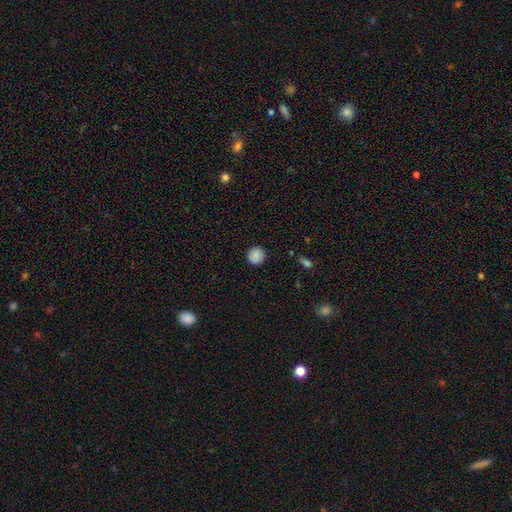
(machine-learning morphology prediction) A smooth galaxy with no disk features (85%) that is round (93%). Merging: none (89%).